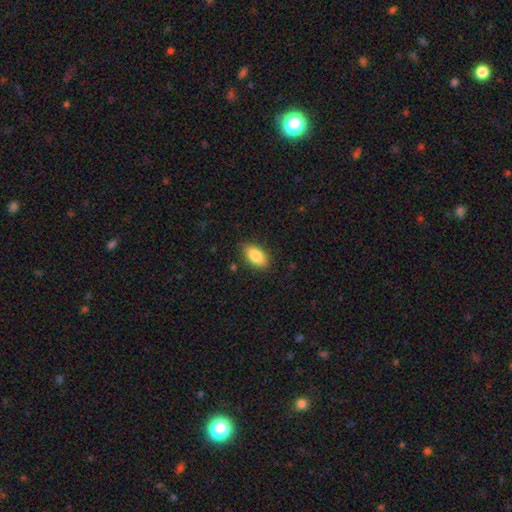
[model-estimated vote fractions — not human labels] This appears to be a smooth galaxy with no disk features (84%) that is in between round and cigar-shaped (91%). Merging: none (85%).